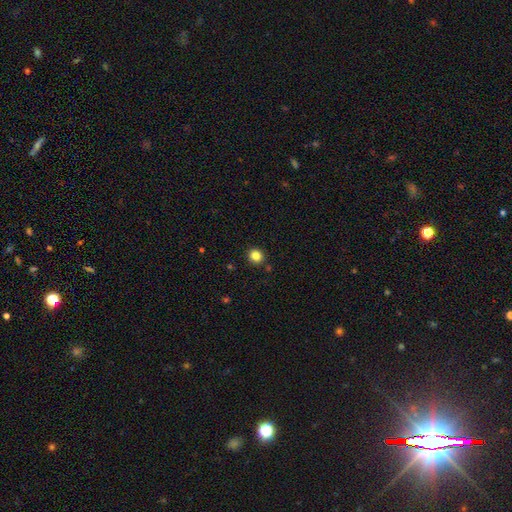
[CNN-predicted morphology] The model was most divided on "smooth or featured": smooth: 83%, star or artifact: 12%, featured or disk: 5%. More confident: merging — none (90%); how rounded — round (85%).